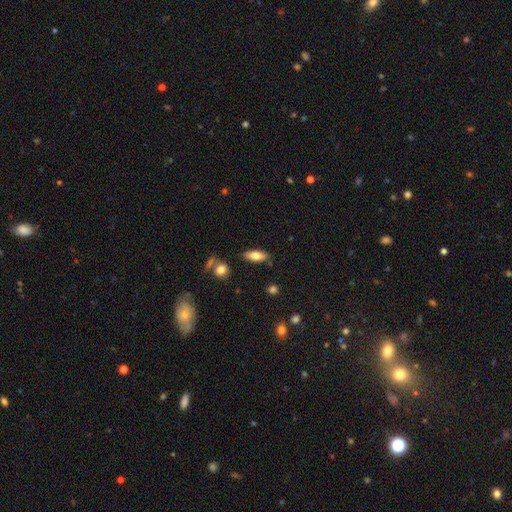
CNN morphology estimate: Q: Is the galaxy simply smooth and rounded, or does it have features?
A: smooth — 74%.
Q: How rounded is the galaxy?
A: in between — 75%.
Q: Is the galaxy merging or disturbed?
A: none — 83%.